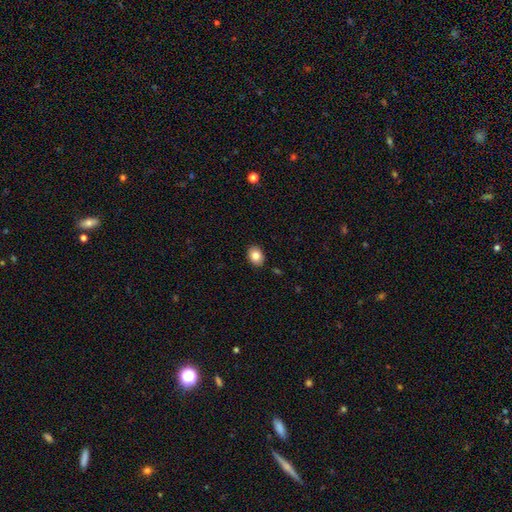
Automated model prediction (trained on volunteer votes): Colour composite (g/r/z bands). It shows a smooth galaxy with no disk features (84%) that is in between round and cigar-shaped (66%). Merging: none (89%).